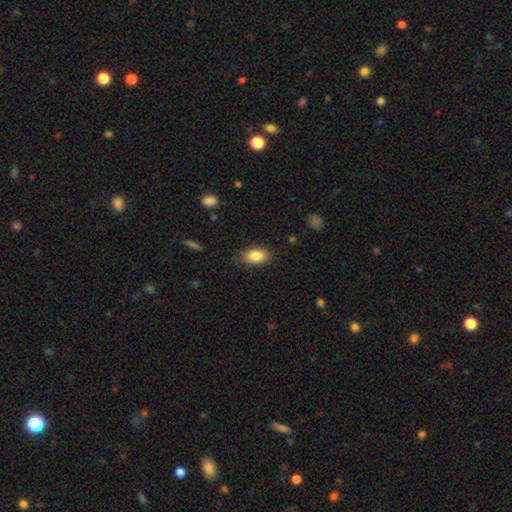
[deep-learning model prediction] Smooth or featured: smooth — 86% (featured or disk — 7%)
How rounded: in between — 91% (round — 5%)
Merging: none — 82% (minor disturbance — 14%)